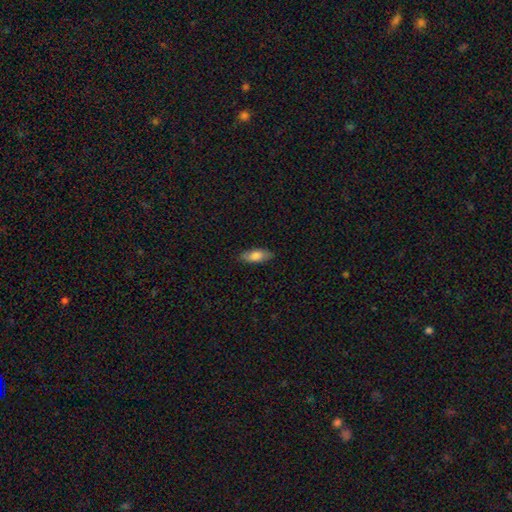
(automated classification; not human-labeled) smooth_or_featured: smooth (p=0.79) [alt: featured or disk p=0.15]
how_rounded: in between (p=0.77) [alt: cigar-shaped p=0.21]
merging: none (p=0.84) [alt: minor disturbance p=0.12]